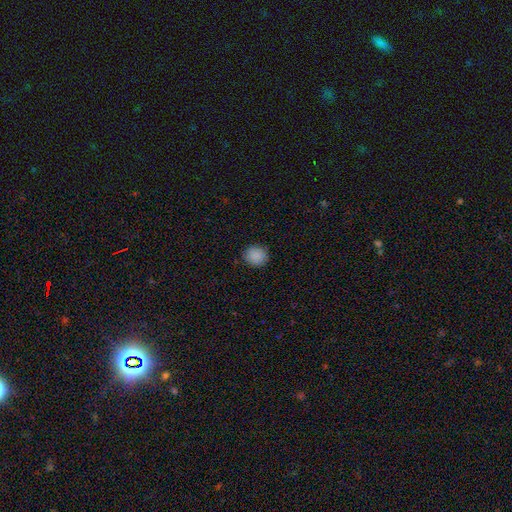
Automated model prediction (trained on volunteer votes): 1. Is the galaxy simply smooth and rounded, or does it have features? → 88% smooth, 9% star or artifact, 3% featured or disk.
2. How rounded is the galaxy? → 79% round, 20% in between, 1% cigar-shaped.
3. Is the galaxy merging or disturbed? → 88% none, 9% minor disturbance, 2% major disturbance, 1% merger.